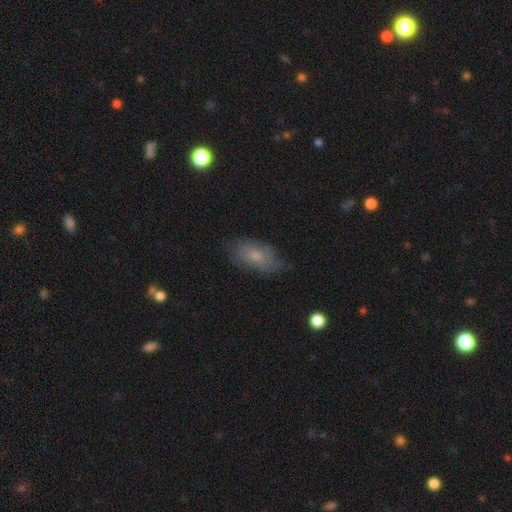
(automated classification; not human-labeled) smooth_or_featured: smooth (p=0.61) [alt: featured or disk p=0.29]
how_rounded: in between (p=0.89) [alt: cigar-shaped p=0.06]
merging: none (p=0.70) [alt: minor disturbance p=0.22]